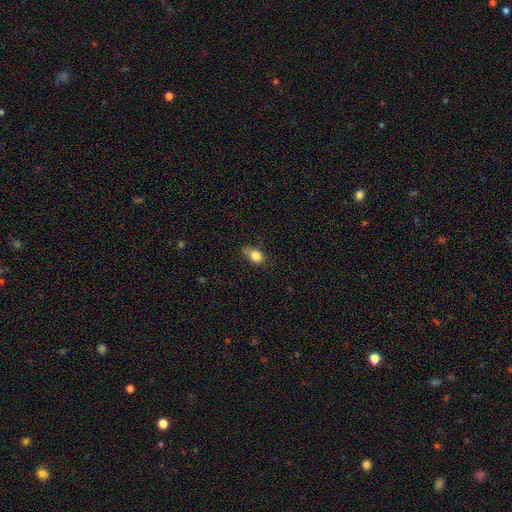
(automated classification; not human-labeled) Smooth or featured: smooth — 81% (star or artifact — 10%)
How rounded: in between — 62% (round — 36%)
Merging: none — 51% (minor disturbance — 35%)